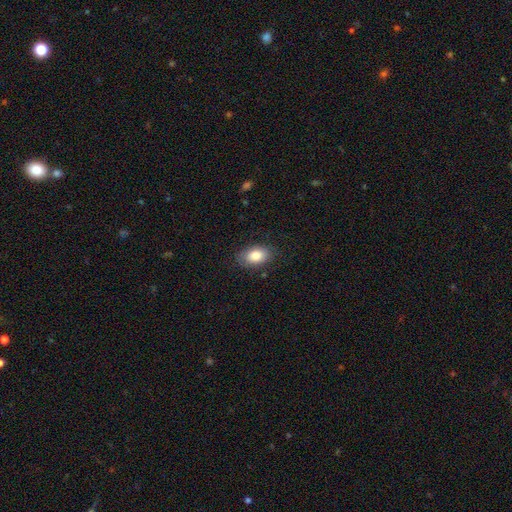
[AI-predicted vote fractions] The model was most divided on "merging": none: 81%, minor disturbance: 14%, major disturbance: 4%, merger: 1%. More confident: how rounded — in between (88%); smooth or featured — smooth (82%).